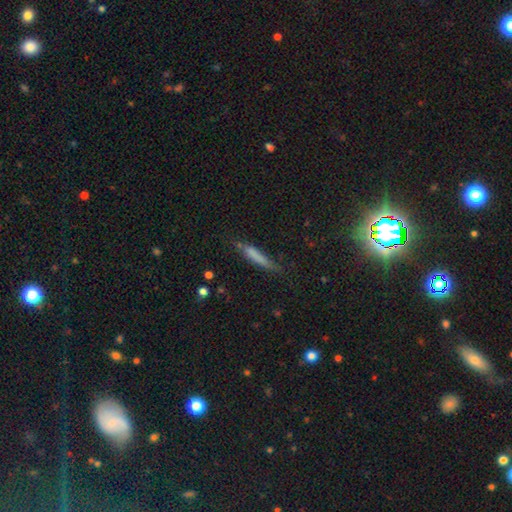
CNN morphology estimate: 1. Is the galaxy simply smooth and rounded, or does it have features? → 71% smooth, 21% featured or disk, 8% star or artifact.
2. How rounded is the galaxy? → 89% cigar-shaped, 9% in between, 2% round.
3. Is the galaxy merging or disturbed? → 66% none, 23% minor disturbance, 7% major disturbance, 4% merger.